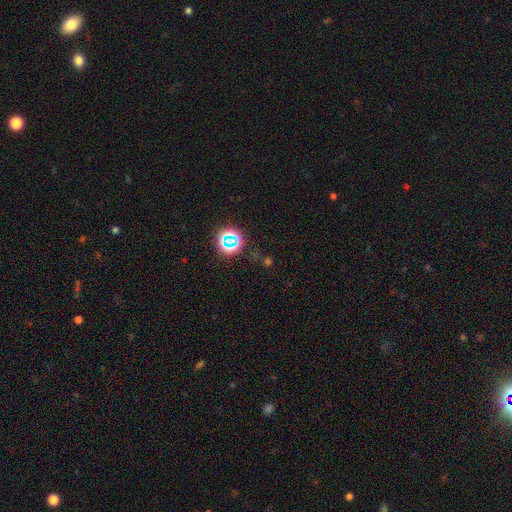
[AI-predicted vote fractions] This appears to be a star or artifact, not a galaxy (68%).